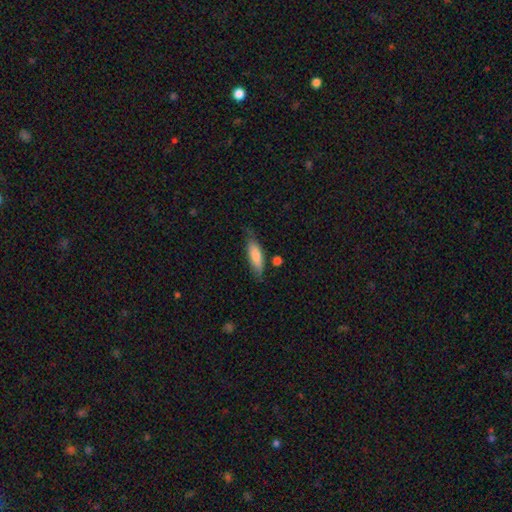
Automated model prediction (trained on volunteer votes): This is likely a smooth galaxy (77%). How rounded: possibly cigar-shaped (54%). Merging: likely none (67%).